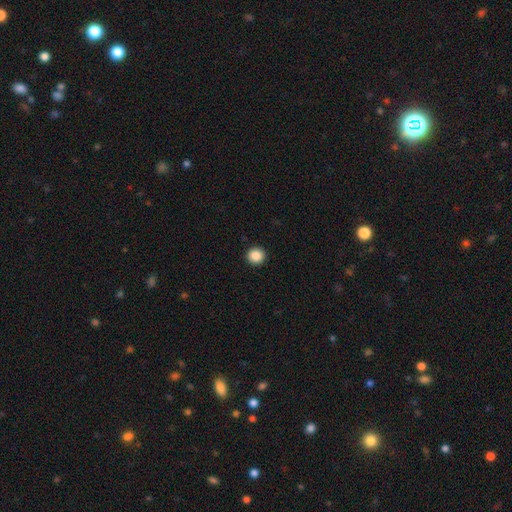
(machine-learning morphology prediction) Smooth or featured? smooth (88%)
How rounded? round (94%)
Merging? none (93%)